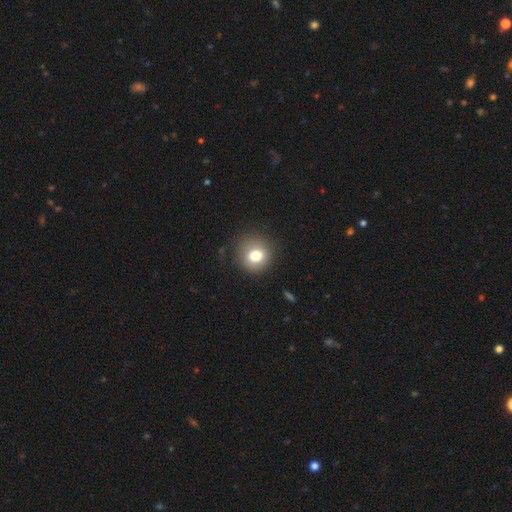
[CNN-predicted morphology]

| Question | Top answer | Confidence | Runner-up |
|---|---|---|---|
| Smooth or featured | smooth | 77% | featured or disk (12%) |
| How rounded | round | 84% | in between (15%) |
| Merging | none | 81% | minor disturbance (13%) |